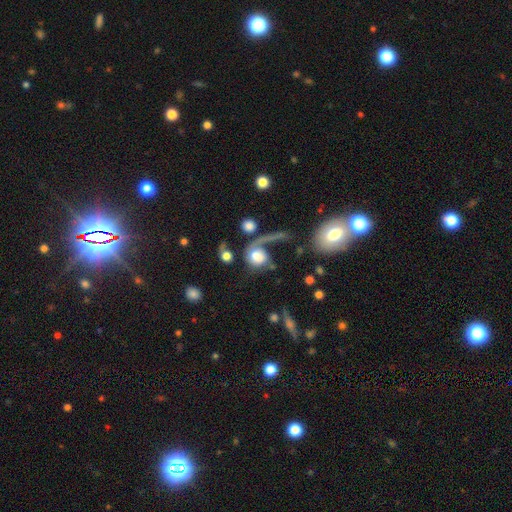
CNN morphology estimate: type=smooth (52%); roundness=round (66%); merging=major disturbance (38%).